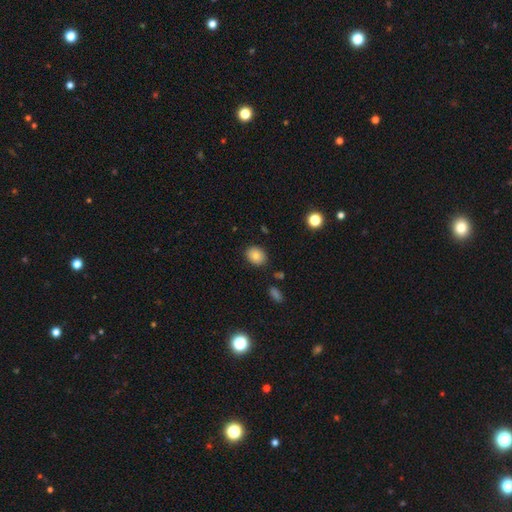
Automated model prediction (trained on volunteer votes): Smooth or featured?
  - smooth: 82% *
  - star or artifact: 10%
  - featured or disk: 8%
How rounded?
  - in between: 50% *
  - round: 49%
  - cigar-shaped: 1%
Merging?
  - none: 84% *
  - minor disturbance: 11%
  - major disturbance: 3%
  - merger: 2%